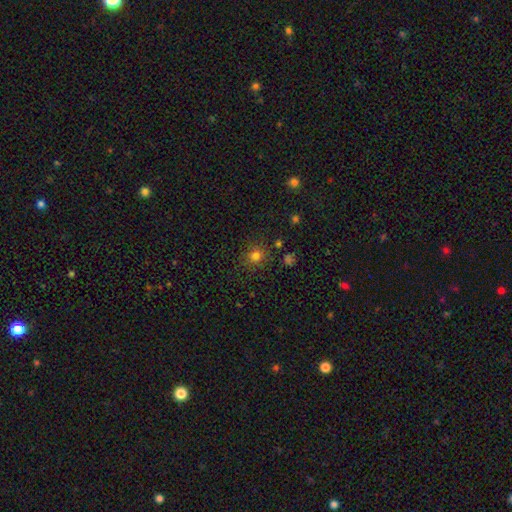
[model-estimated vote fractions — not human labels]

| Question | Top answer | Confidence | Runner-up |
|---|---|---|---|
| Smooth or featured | smooth | 78% | star or artifact (17%) |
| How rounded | round | 86% | in between (13%) |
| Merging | none | 84% | minor disturbance (10%) |